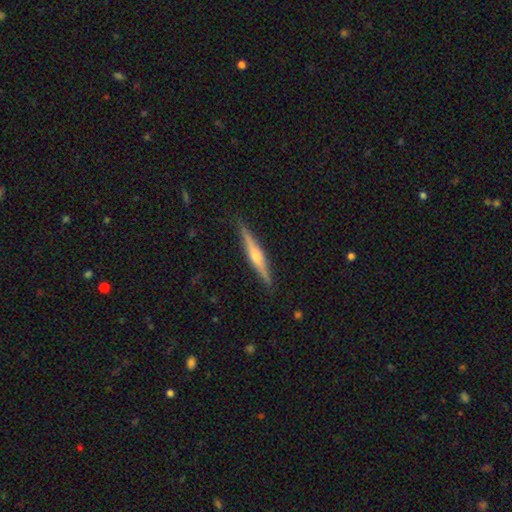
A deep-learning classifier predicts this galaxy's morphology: Smooth or featured: featured or disk — 67% (smooth — 27%)
Edge-on disk: yes — 98% (no — 2%)
Edge-on bulge: rounded — 80% (boxy — 10%)
Merging: none — 89% (minor disturbance — 8%)